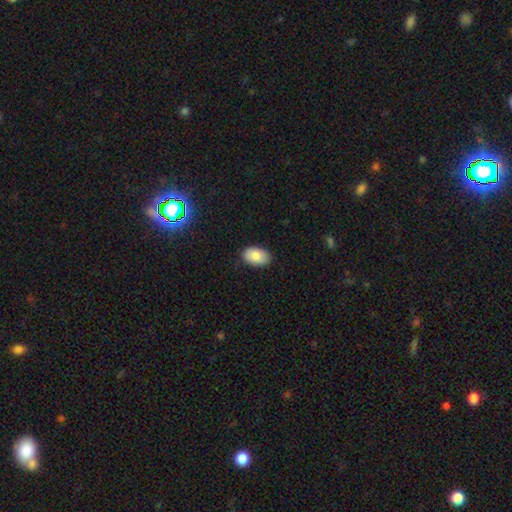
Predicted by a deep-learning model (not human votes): A smooth galaxy with no disk features (84%) that is in between round and cigar-shaped (92%). Merging: none (86%).